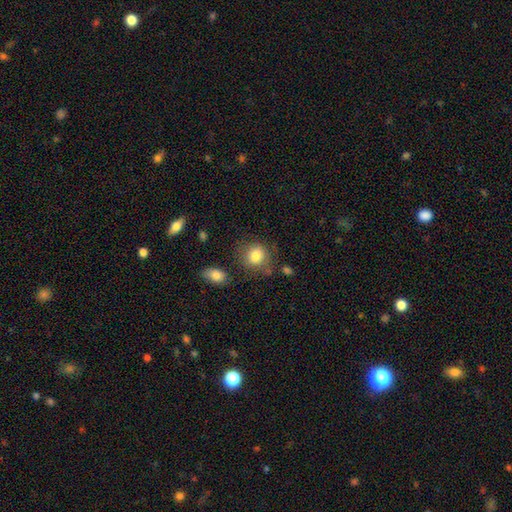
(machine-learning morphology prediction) Smooth or featured: smooth — 83% (star or artifact — 9%)
How rounded: round — 78% (in between — 21%)
Merging: none — 68% (minor disturbance — 18%)